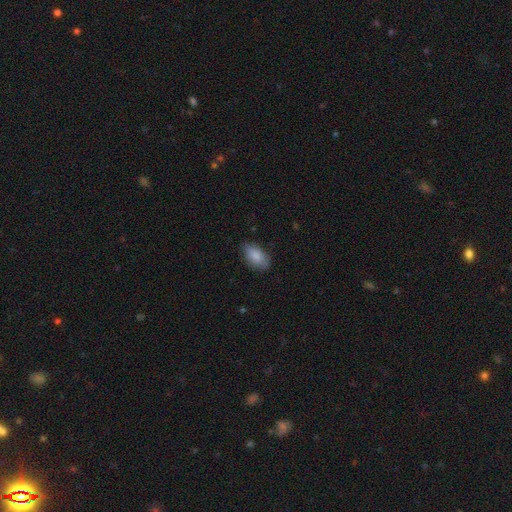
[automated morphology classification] smooth_or_featured: smooth (p=0.87) [alt: featured or disk p=0.07]
how_rounded: in between (p=0.93) [alt: round p=0.04]
merging: none (p=0.79) [alt: minor disturbance p=0.17]